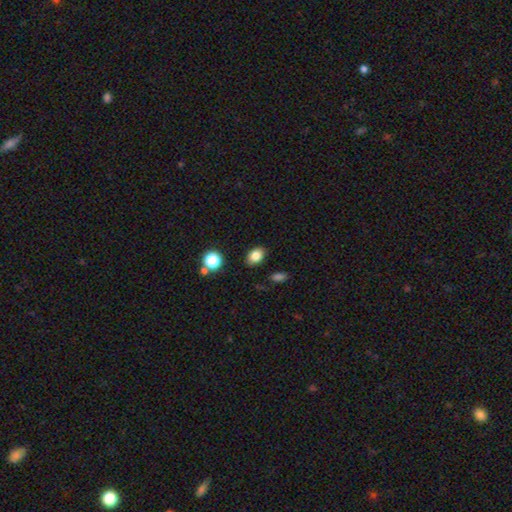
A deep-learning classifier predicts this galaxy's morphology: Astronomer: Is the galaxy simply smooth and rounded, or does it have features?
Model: smooth — 82%.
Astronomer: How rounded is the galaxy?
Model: in between — 74%.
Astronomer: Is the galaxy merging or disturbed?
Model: none — 85%.